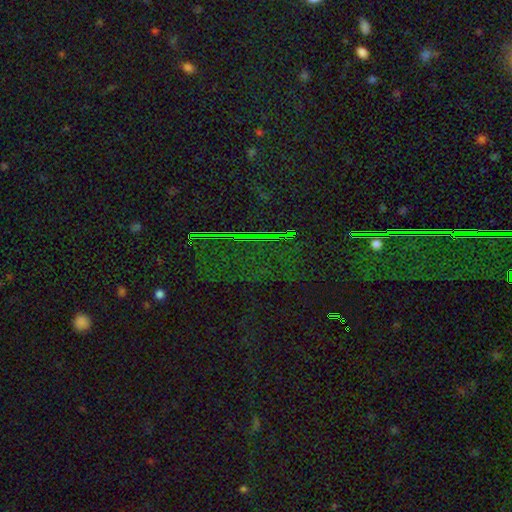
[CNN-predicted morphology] Smooth or featured? Predicted: star or artifact (p=0.83).